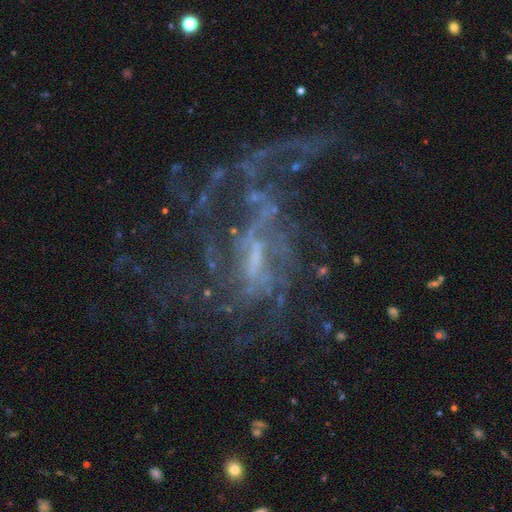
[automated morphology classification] A featured or disk galaxy (78%) with a weak bar (46%), loose (46%) spiral arms (79%) and a small central bulge (45%). Merging: major disturbance (44%).